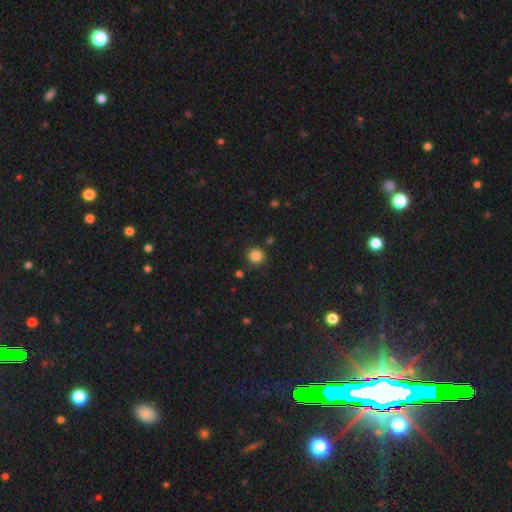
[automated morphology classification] This appears to be a smooth galaxy with no disk features (85%) that is round (90%). Merging: none (86%).